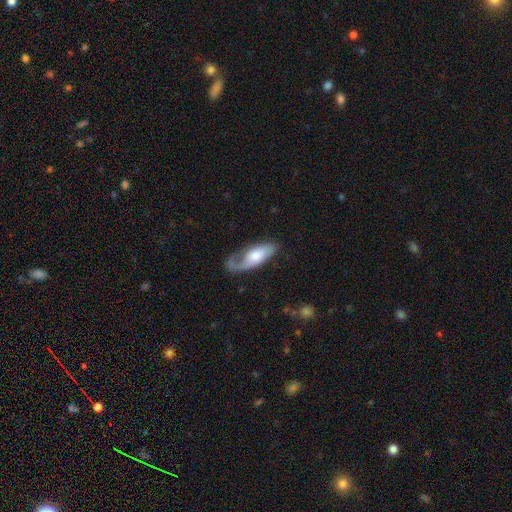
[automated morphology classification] Smooth or featured: featured or disk — 53% (smooth — 41%)
Edge-on disk: no — 84% (yes — 16%)
Merging: none — 42% (major disturbance — 30%)